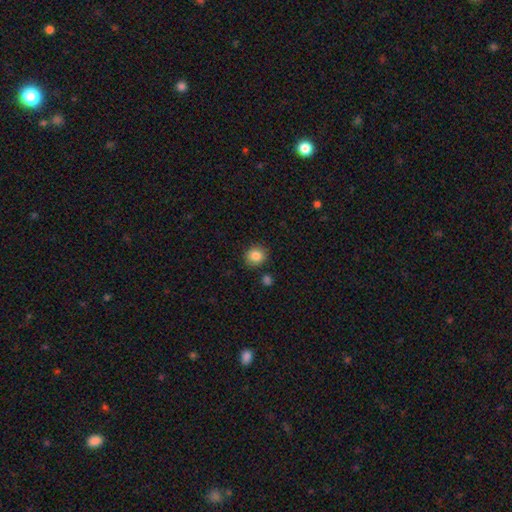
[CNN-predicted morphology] Smooth or featured? Predicted: smooth (p=0.85). How rounded? Predicted: round (p=0.84). Merging? Predicted: none (p=0.87).